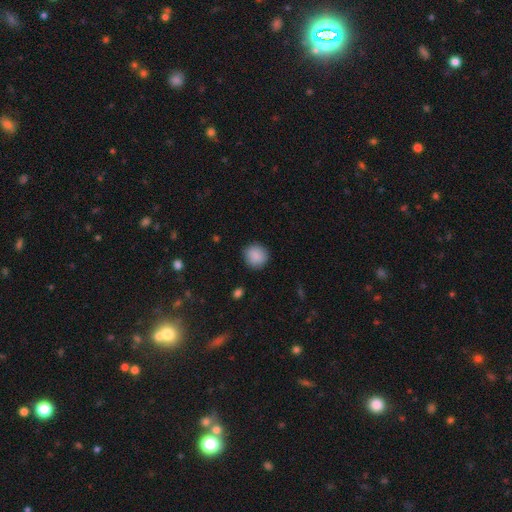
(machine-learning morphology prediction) Smooth or featured? smooth (89%)
How rounded? round (90%)
Merging? none (89%)